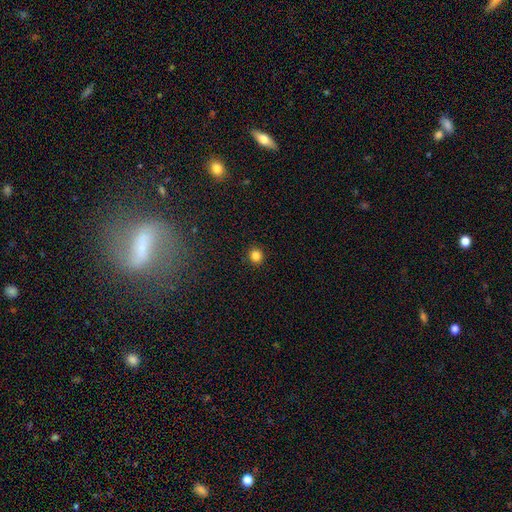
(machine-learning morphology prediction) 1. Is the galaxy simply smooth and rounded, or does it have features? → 84% smooth, 12% star or artifact, 4% featured or disk.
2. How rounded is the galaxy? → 93% round, 6% in between, 1% cigar-shaped.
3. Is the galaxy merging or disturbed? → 92% none, 5% minor disturbance, 2% major disturbance, 1% merger.